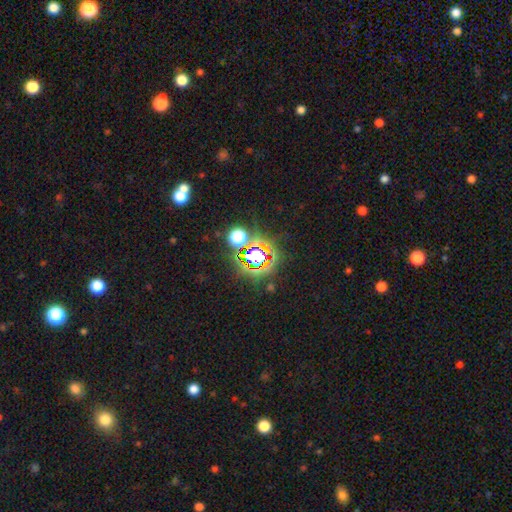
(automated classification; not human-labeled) Morphology: type=star or artifact (71%).